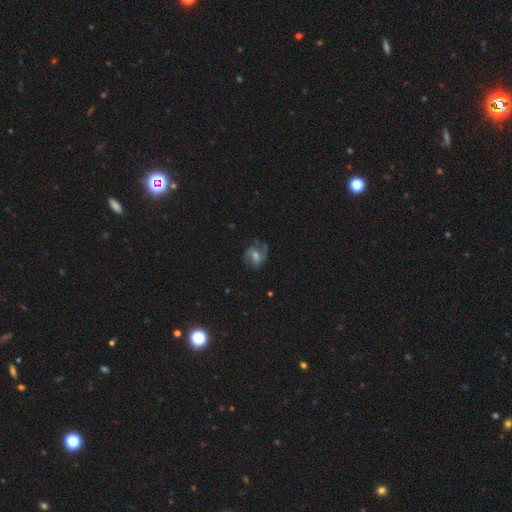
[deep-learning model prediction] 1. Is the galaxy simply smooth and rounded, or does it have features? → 70% featured or disk, 17% smooth, 13% star or artifact.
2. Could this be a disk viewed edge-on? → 97% no, 3% yes.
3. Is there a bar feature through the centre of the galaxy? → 49% weak, 33% no, 19% strong.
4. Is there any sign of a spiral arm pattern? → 90% yes, 10% no.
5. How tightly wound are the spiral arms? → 52% medium, 25% tight, 23% loose.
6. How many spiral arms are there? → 58% 2, 16% can't tell, 15% 3, 5% 1, 4% 4, 3% more than 4.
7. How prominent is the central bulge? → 48% moderate, 36% small, 7% none, 7% large, 1% dominant.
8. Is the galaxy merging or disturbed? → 68% none, 18% minor disturbance, 12% major disturbance, 2% merger.